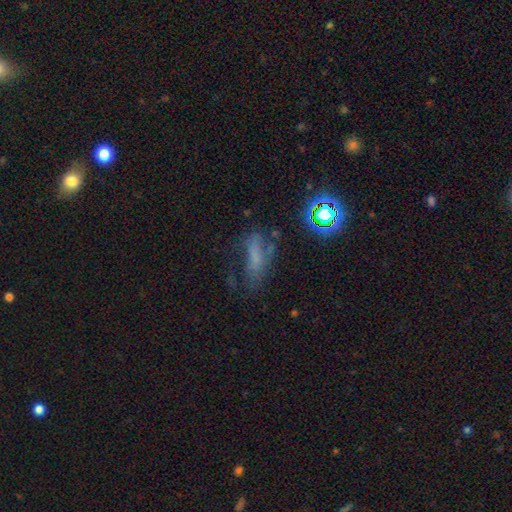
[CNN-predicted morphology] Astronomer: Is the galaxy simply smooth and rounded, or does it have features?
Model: smooth — 42% (runner-up: featured or disk, 31%).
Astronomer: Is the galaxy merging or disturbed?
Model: none — 41% (runner-up: major disturbance, 29%).